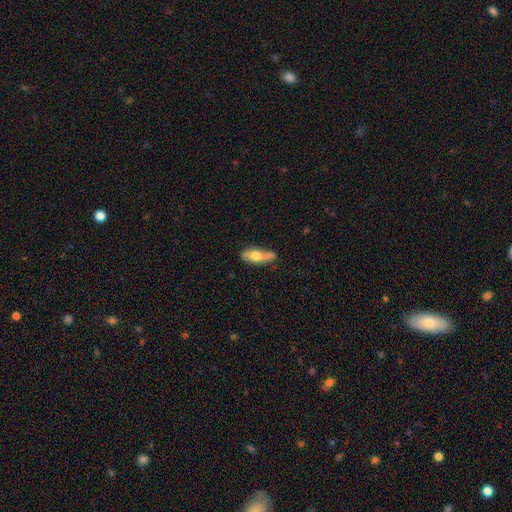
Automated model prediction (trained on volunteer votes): This appears to be a smooth galaxy with no disk features (58%) that is in between round and cigar-shaped (61%). Merging: none (58%).